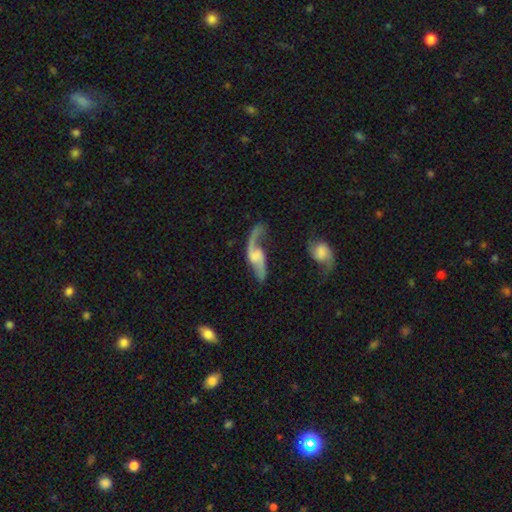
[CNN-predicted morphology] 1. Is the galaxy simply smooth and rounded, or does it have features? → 85% featured or disk, 10% smooth, 5% star or artifact.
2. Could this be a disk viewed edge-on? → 92% no, 8% yes.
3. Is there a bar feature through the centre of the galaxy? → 50% no, 39% weak, 12% strong.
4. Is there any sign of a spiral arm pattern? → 94% yes, 6% no.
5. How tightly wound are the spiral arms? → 84% loose, 12% medium, 3% tight.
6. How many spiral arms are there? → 85% 2, 11% 1, 2% can't tell, 1% 3, 1% 4, 1% more than 4.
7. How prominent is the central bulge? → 36% none, 25% moderate, 23% small, 13% large, 3% dominant.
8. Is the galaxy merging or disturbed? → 52% none, 20% minor disturbance, 19% major disturbance, 9% merger.